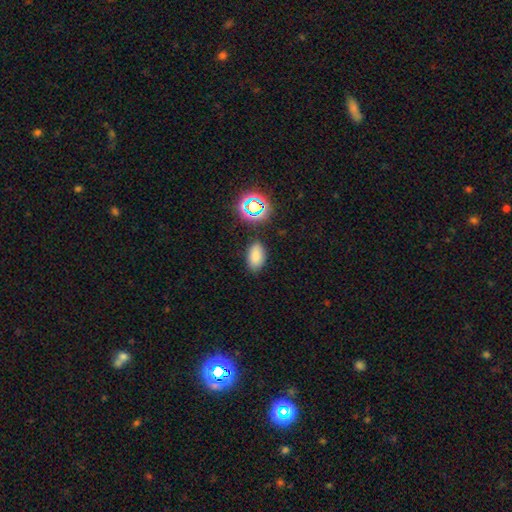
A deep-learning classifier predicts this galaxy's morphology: A smooth galaxy with no disk features (79%) that is in between round and cigar-shaped (90%).

Vote fractions:
- Smooth or featured? smooth: 79% / star or artifact: 15% / featured or disk: 6%
- How rounded? in between: 90% / round: 7% / cigar-shaped: 2%
- Merging? none: 83% / minor disturbance: 11% / major disturbance: 3% / merger: 2%